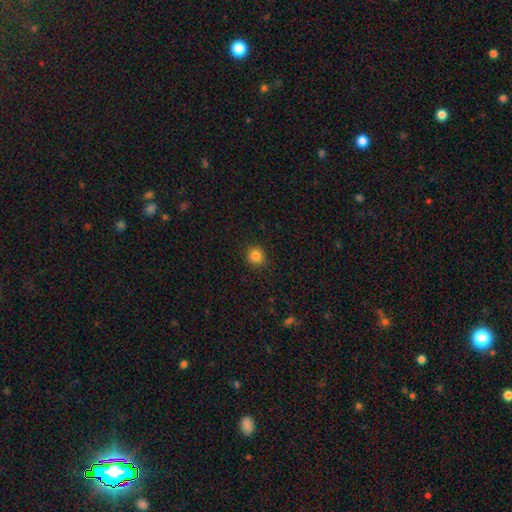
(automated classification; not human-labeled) Smooth or featured?
  - smooth: 84% *
  - star or artifact: 12%
  - featured or disk: 4%
How rounded?
  - round: 92% *
  - in between: 7%
  - cigar-shaped: 1%
Merging?
  - none: 89% *
  - minor disturbance: 8%
  - major disturbance: 2%
  - merger: 1%